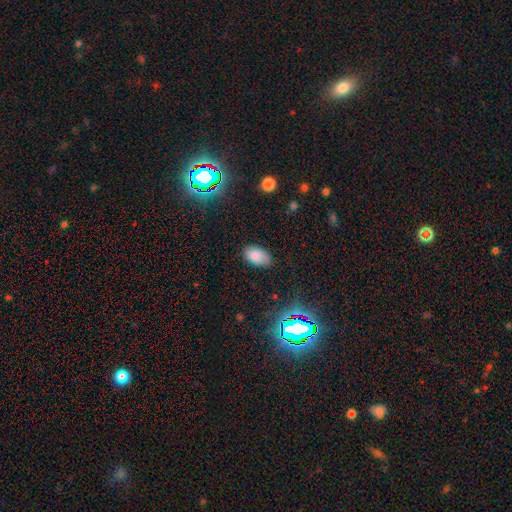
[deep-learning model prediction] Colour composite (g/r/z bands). It shows a smooth galaxy with no disk features (82%) that is in between round and cigar-shaped (94%). Merging: none (79%).